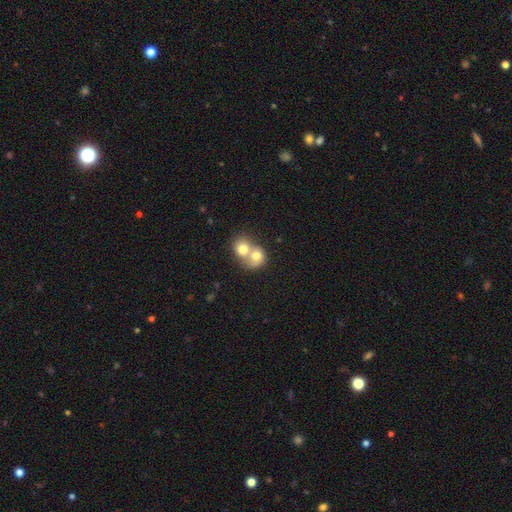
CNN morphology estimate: Q: Smooth or featured?
A: smooth (70%); runner-up: featured or disk (22%)
Q: How rounded?
A: round (65%); runner-up: in between (34%)
Q: Merging?
A: merger (80%); runner-up: none (14%)